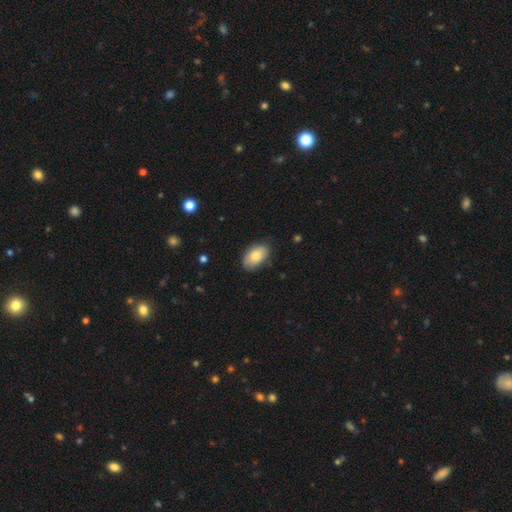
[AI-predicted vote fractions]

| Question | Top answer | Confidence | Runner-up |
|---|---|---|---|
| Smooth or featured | smooth | 79% | featured or disk (15%) |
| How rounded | in between | 92% | round (7%) |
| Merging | none | 78% | minor disturbance (18%) |